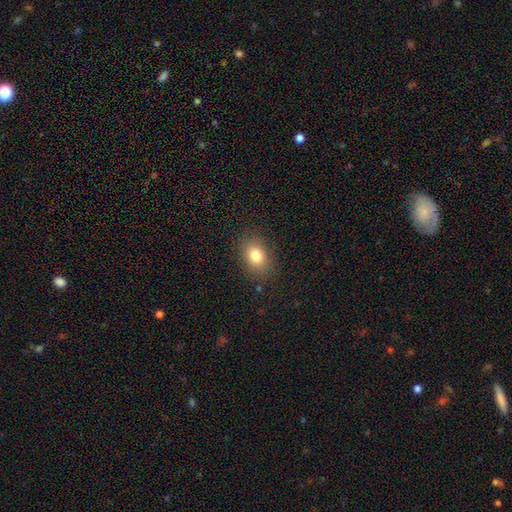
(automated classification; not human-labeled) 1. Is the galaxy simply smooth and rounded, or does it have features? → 80% smooth, 11% star or artifact, 9% featured or disk.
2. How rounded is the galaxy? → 72% in between, 27% round, 1% cigar-shaped.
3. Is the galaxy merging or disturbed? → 85% none, 10% minor disturbance, 4% major disturbance, 1% merger.